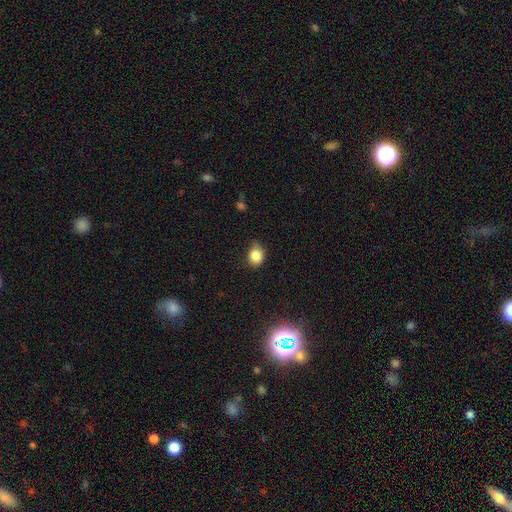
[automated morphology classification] Q: Smooth or featured?
A: smooth (83%); runner-up: star or artifact (11%)
Q: How rounded?
A: in between (51%); runner-up: round (48%)
Q: Merging?
A: none (63%); runner-up: minor disturbance (30%)